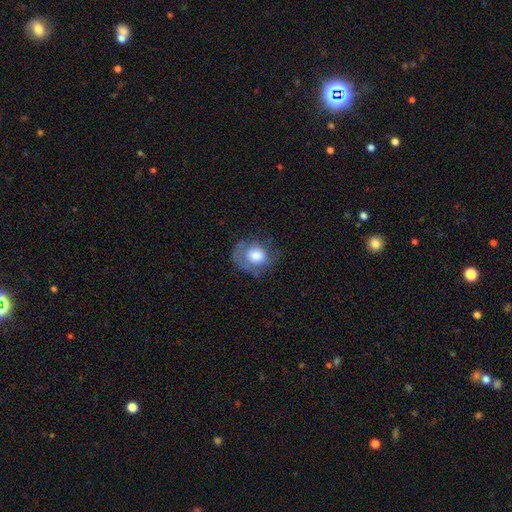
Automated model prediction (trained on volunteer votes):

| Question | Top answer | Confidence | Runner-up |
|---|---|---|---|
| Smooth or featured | smooth | 61% | featured or disk (31%) |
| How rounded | round | 61% | in between (38%) |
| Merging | none | 50% | minor disturbance (26%) |